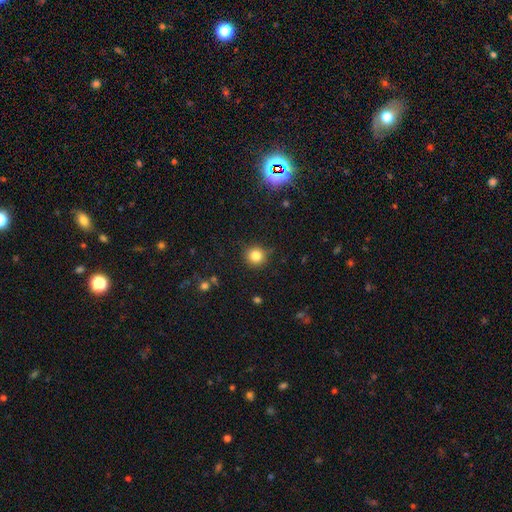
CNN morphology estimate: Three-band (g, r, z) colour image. It shows a smooth galaxy with no disk features (83%) that is round (93%). Merging: none (89%).